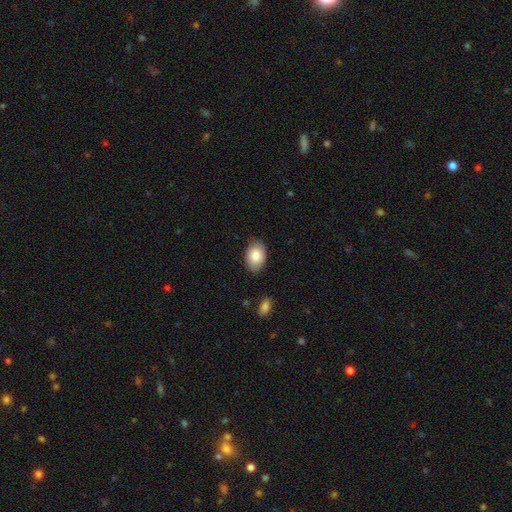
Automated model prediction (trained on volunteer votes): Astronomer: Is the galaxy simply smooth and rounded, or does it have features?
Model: smooth — 85%.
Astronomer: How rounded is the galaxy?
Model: in between — 87%.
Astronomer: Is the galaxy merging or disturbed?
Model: none — 83%.